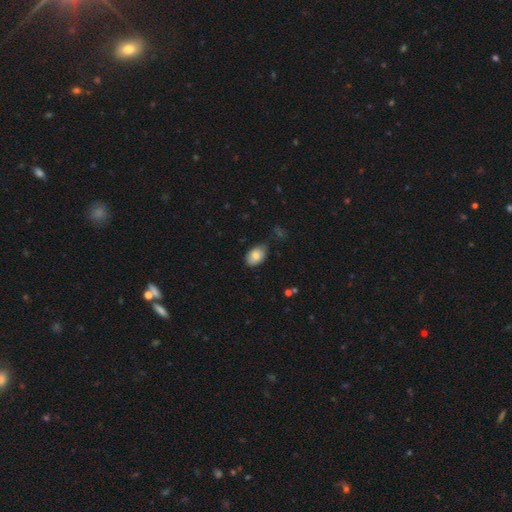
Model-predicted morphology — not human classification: Smooth or featured? smooth (82%)
How rounded? in between (89%)
Merging? none (71%)